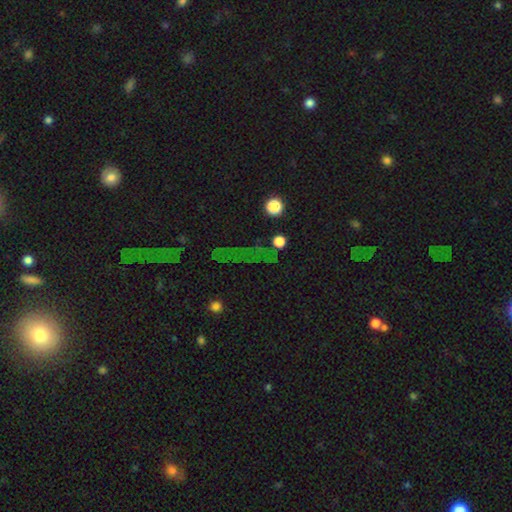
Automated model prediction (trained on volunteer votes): A star or artifact, not a galaxy (64%).